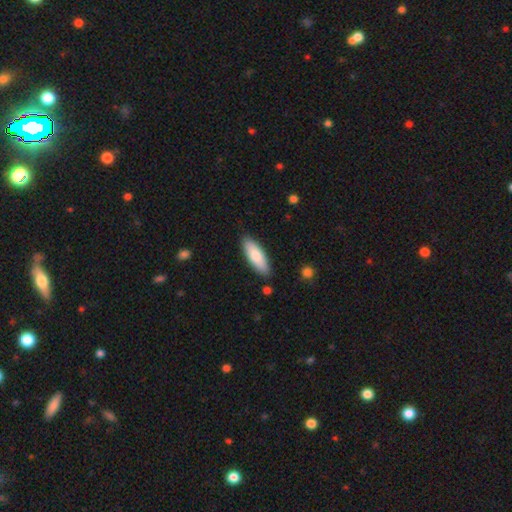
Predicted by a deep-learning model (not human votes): Smooth or featured? Predicted: smooth (p=0.80). How rounded? Predicted: in between (p=0.61). Merging? Predicted: none (p=0.87).